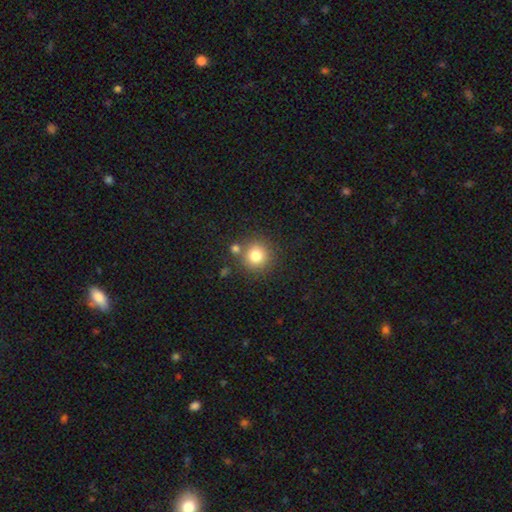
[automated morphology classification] This appears to be a smooth galaxy with no disk features (80%) that is round (93%). Merging: none (76%).